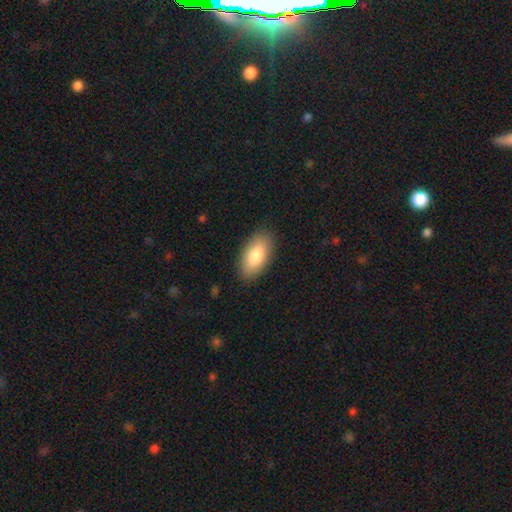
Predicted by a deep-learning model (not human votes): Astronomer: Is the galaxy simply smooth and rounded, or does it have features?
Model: smooth — 83%.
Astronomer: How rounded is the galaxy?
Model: in between — 93%.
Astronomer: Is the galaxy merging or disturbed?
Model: none — 87%.